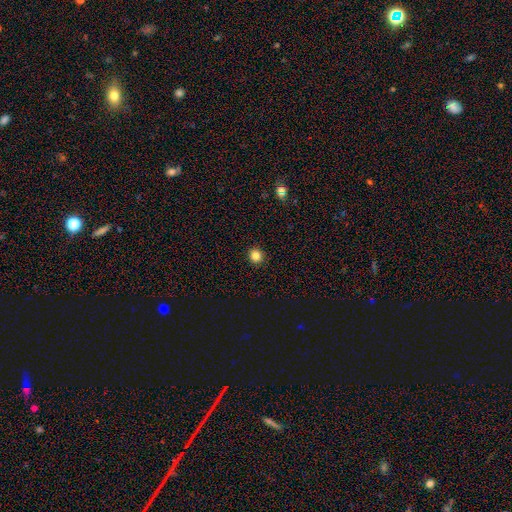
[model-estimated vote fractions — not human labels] smooth-or-featured: smooth: 84% | star or artifact: 12% | featured or disk: 4%
  how-rounded: round: 93% | in between: 6% | cigar-shaped: 1%
  merging: none: 93% | minor disturbance: 5% | major disturbance: 1% | merger: 1%